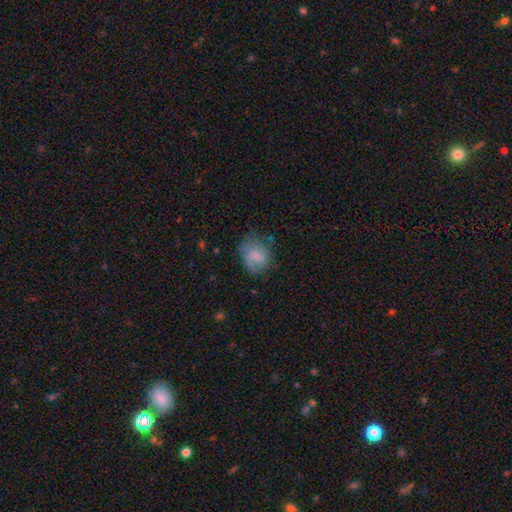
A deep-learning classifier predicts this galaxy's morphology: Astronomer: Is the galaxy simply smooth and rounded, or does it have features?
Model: smooth — 55% (runner-up: featured or disk, 36%).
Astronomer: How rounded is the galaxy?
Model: round — 52% (runner-up: in between, 47%).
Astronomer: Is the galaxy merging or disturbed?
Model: none — 54% (runner-up: minor disturbance, 29%).